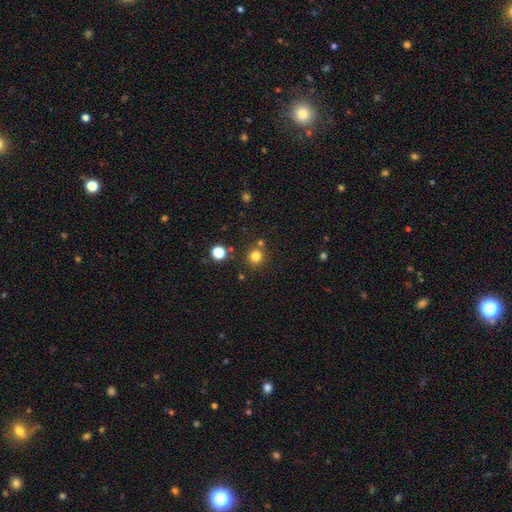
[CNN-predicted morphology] Q: Smooth or featured?
A: smooth (79%); runner-up: star or artifact (15%)
Q: How rounded?
A: round (92%); runner-up: in between (7%)
Q: Merging?
A: none (80%); runner-up: merger (9%)